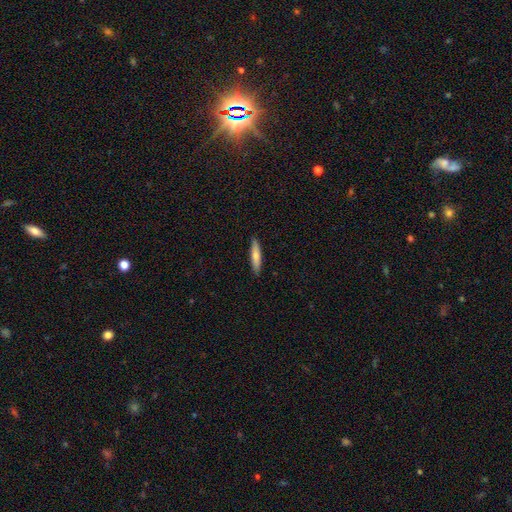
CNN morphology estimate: Overall: smooth (70%). How rounded: cigar-shaped (85%). Merging: none (89%).